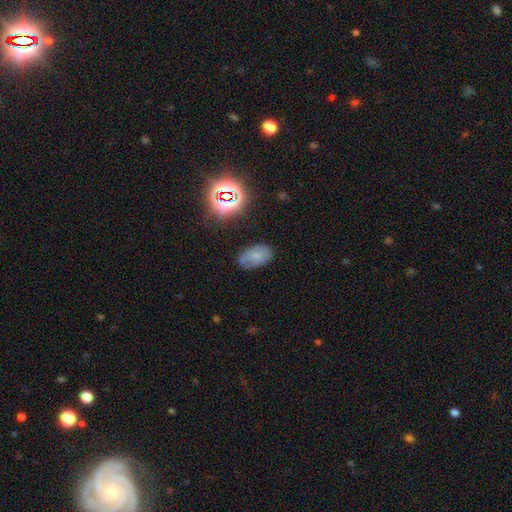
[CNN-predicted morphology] Smooth or featured? Predicted: smooth (p=0.57). How rounded? Predicted: in between (p=0.89). Merging? Predicted: none (p=0.70).